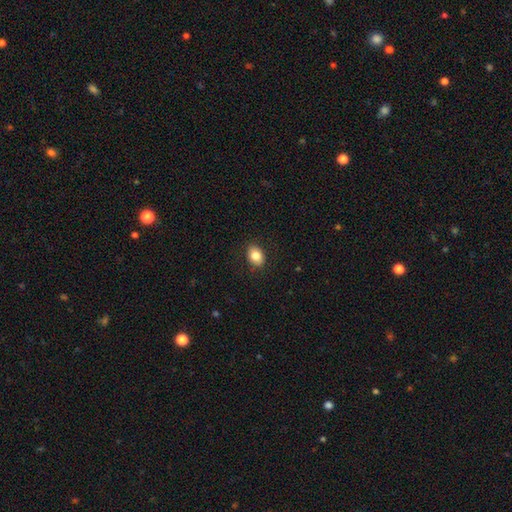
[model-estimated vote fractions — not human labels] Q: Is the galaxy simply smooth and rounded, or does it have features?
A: smooth — 83%.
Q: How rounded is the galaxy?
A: in between — 70%.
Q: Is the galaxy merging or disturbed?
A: none — 88%.